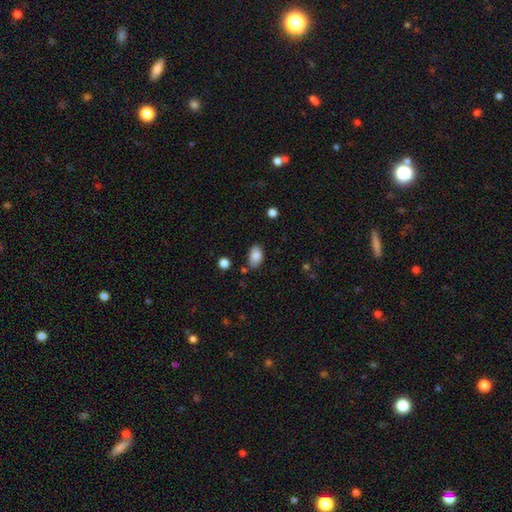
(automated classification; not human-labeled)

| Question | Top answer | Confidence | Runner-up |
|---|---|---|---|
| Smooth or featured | smooth | 85% | star or artifact (8%) |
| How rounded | in between | 90% | round (8%) |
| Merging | none | 73% | minor disturbance (19%) |